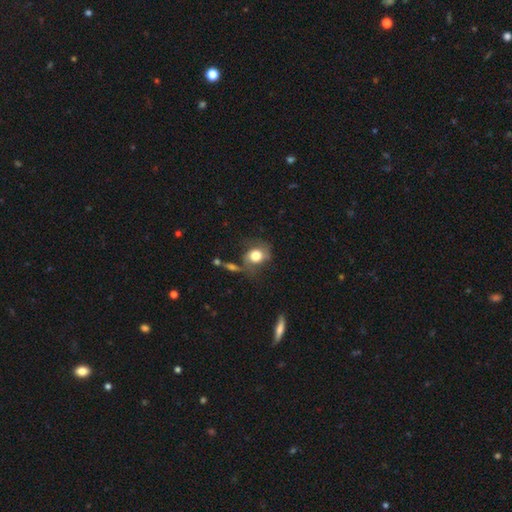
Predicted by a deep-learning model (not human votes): Overall: smooth (68%). How rounded: round (55%; in between 43%). Merging: none (51%; minor disturbance 25%).